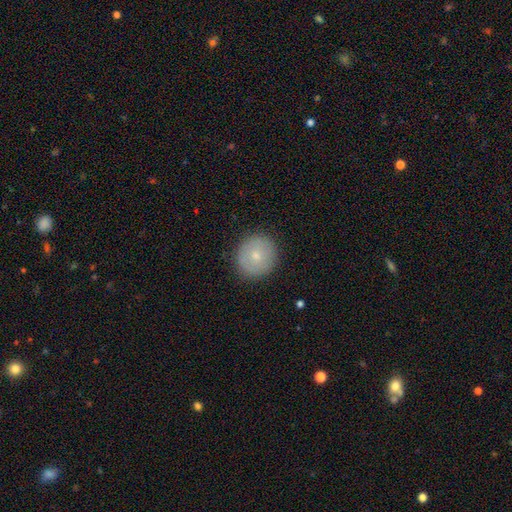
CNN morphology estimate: type=smooth (70%); roundness=round (92%); merging=none (90%).